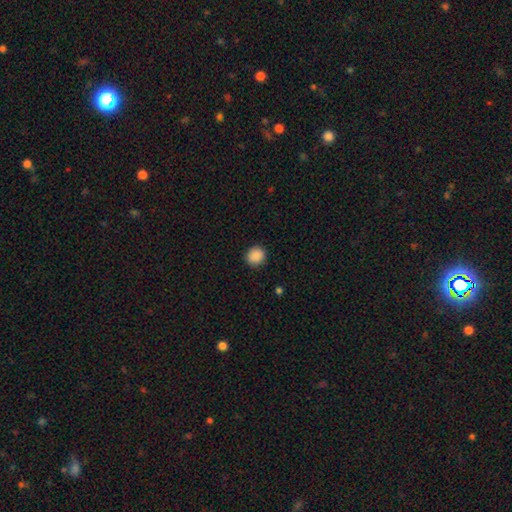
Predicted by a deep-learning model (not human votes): smooth_or_featured: smooth (p=0.89) [alt: star or artifact p=0.09]
how_rounded: round (p=0.86) [alt: in between p=0.13]
merging: none (p=0.91) [alt: minor disturbance p=0.06]